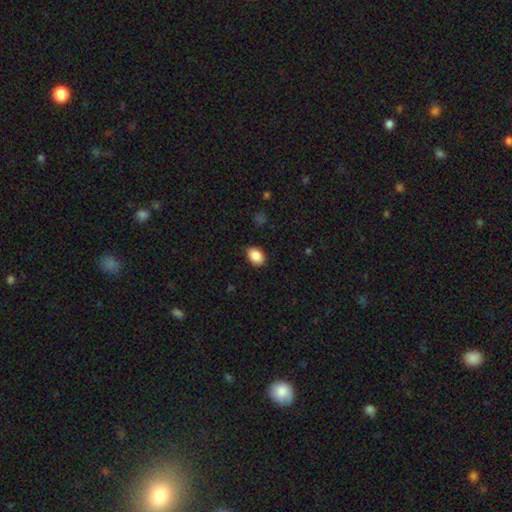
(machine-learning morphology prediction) This appears to be a smooth galaxy with no disk features (89%) that is in between round and cigar-shaped (79%). Merging: none (85%).